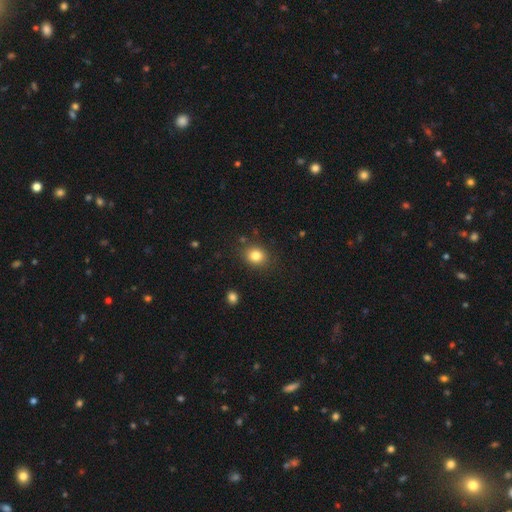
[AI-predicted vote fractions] Smooth or featured? smooth (82%)
How rounded? round (66%)
Merging? none (85%)